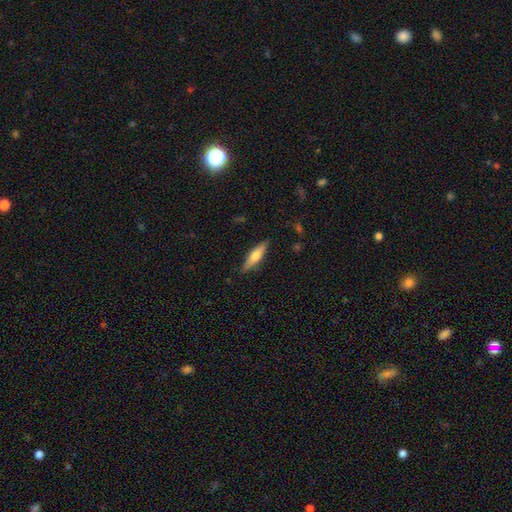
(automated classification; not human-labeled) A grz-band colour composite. It shows a smooth galaxy with no disk features (48%). Merging: none (87%).